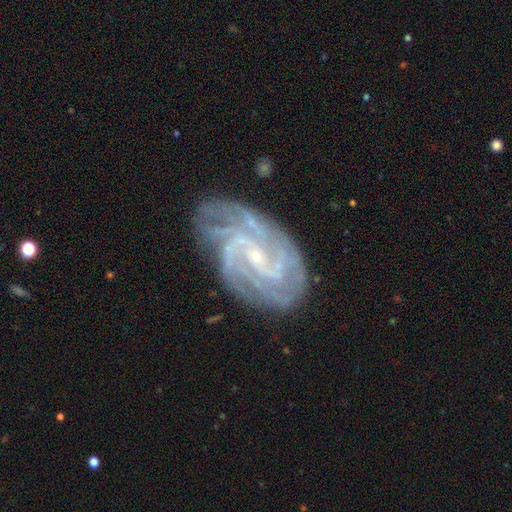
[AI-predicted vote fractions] Smooth or featured?
  - featured or disk: 90% *
  - star or artifact: 6%
  - smooth: 4%
Edge-on disk?
  - no: 97% *
  - yes: 3%
Bar?
  - weak: 45% *
  - no: 36%
  - strong: 19%
Spiral arms?
  - yes: 98% *
  - no: 2%
Spiral winding?
  - tight: 58% *
  - medium: 35%
  - loose: 7%
Spiral arm count?
  - 4: 26% *
  - 3: 21%
  - can't tell: 19%
  - 2: 16%
  - more than 4: 10%
  - 1: 8%
Bulge size?
  - small: 82% *
  - moderate: 14%
  - none: 2%
  - large: 1%
  - dominant: 1%
Merging?
  - none: 72% *
  - minor disturbance: 19%
  - major disturbance: 7%
  - merger: 2%